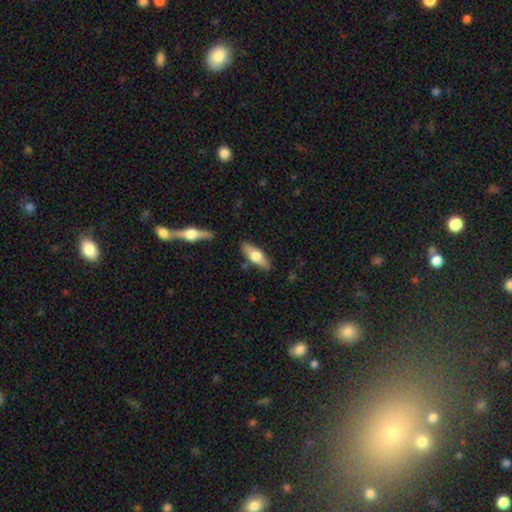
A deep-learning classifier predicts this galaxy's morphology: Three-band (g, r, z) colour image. It shows a smooth galaxy with no disk features (53%) that is in between round and cigar-shaped (57%). Merging: none (83%).